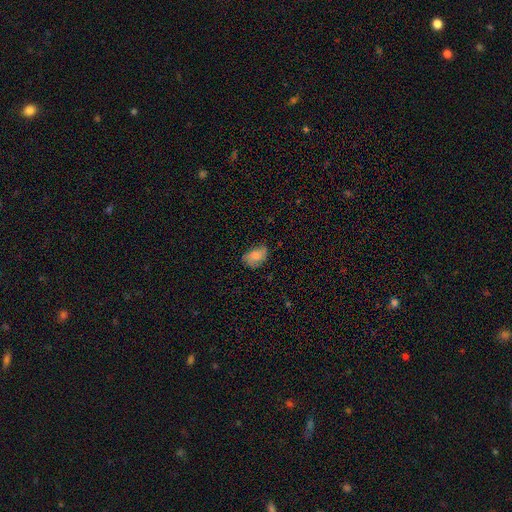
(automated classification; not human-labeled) The model was most divided on "merging": none: 56%, minor disturbance: 31%, major disturbance: 11%, merger: 2%. More confident: how rounded — in between (84%); smooth or featured — smooth (70%).